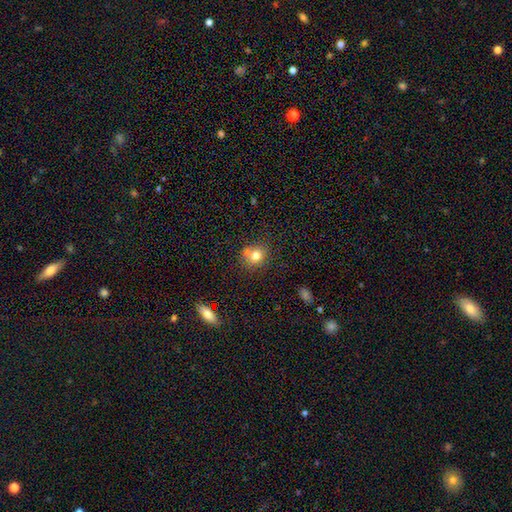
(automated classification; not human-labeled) Smooth or featured: smooth — 75% (star or artifact — 12%)
How rounded: round — 79% (in between — 20%)
Merging: none — 57% (merger — 28%)